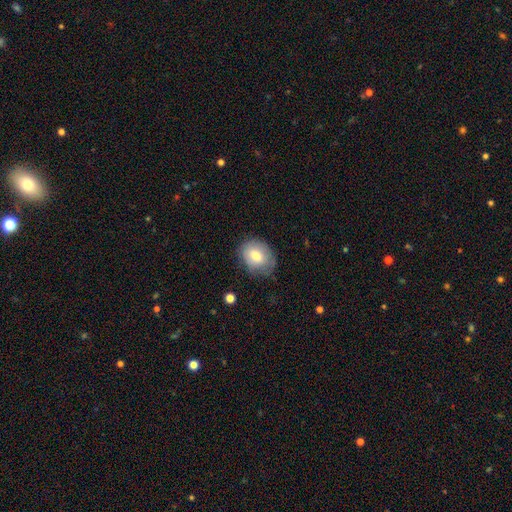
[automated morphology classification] type=smooth (75%); roundness=in between (64%); merging=none (66%).